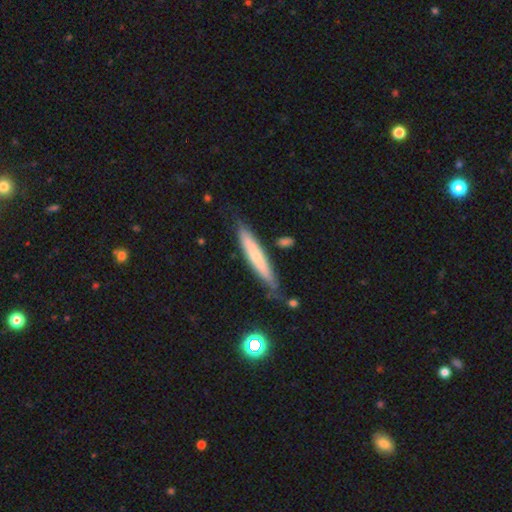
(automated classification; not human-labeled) smooth_or_featured: smooth (p=0.58) [alt: featured or disk p=0.36]
how_rounded: cigar-shaped (p=0.93) [alt: in between p=0.06]
merging: none (p=0.76) [alt: minor disturbance p=0.18]